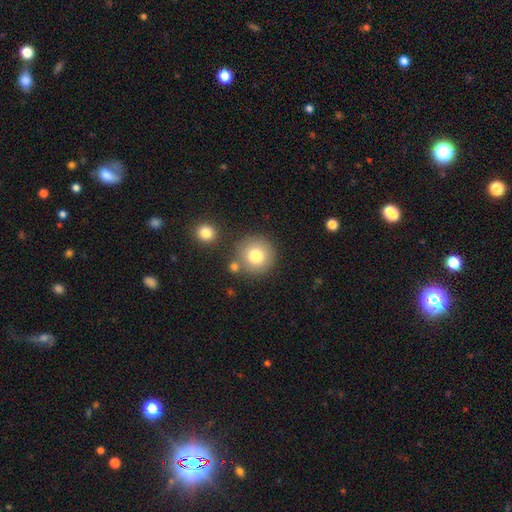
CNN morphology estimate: This is likely a smooth galaxy (80%). How rounded: clearly round (94%). Merging: likely none (76%).